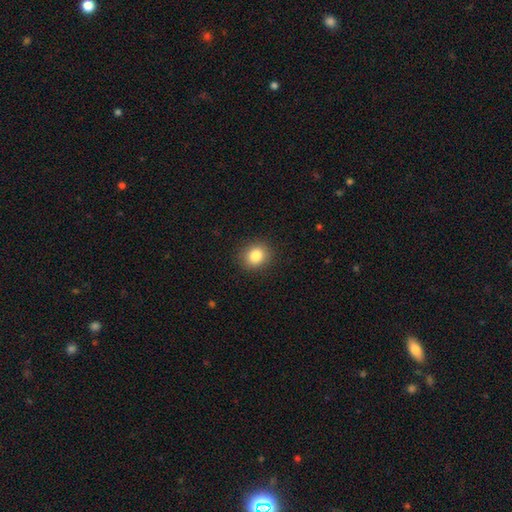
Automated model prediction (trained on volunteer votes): smooth-or-featured: smooth: 84% | star or artifact: 10% | featured or disk: 6%
  how-rounded: round: 75% | in between: 24% | cigar-shaped: 1%
  merging: none: 90% | minor disturbance: 7% | major disturbance: 2% | merger: 1%